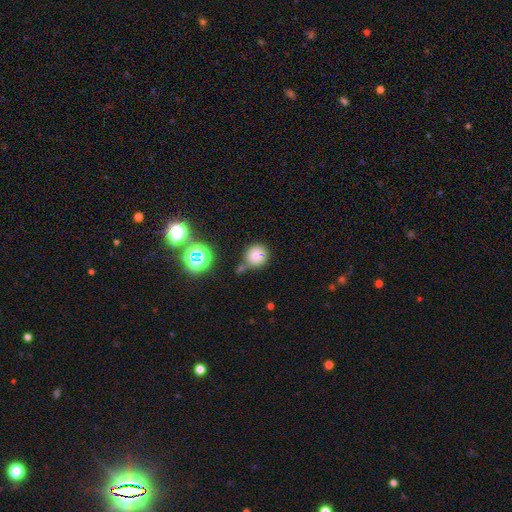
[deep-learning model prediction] The model was most divided on "merging": none: 58%, minor disturbance: 20%, merger: 16%, major disturbance: 6%. More confident: how rounded — round (90%); smooth or featured — smooth (76%).